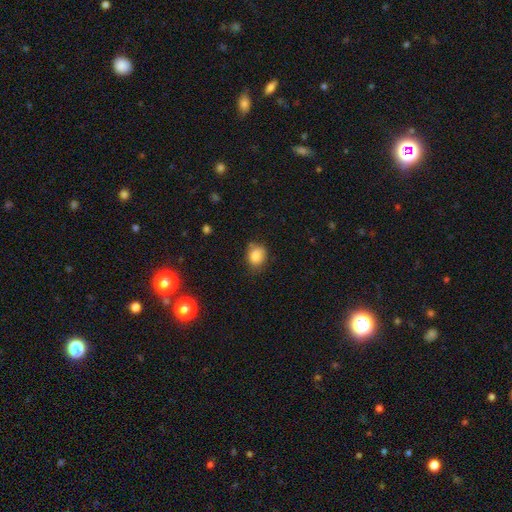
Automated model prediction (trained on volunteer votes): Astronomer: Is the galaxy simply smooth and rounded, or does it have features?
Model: smooth — 84%.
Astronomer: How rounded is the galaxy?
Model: round — 61% (runner-up: in between, 38%).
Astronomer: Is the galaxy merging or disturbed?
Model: none — 66%.